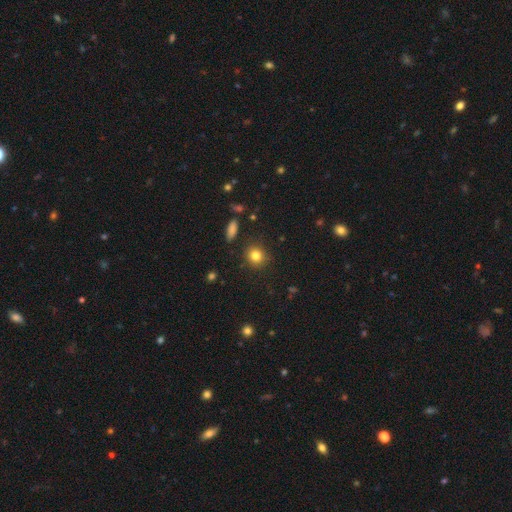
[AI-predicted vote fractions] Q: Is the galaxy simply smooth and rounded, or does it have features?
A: smooth — 83%.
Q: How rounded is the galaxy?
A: round — 82%.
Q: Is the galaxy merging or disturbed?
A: none — 88%.